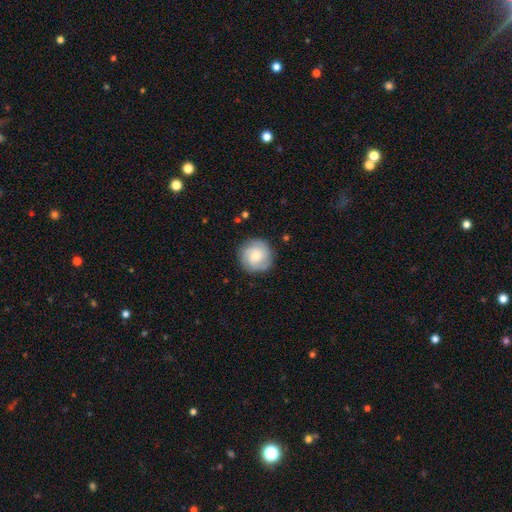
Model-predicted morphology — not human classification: The model was most divided on "bulge size": moderate: 44%, small: 38%, large: 10%, none: 6%, dominant: 2%. Remaining: edge-on disk — no (98%); spiral arms — yes (95%); merging — none (84%); bar — no (72%); smooth or featured — featured or disk (66%); spiral winding — tight (60%); spiral arm count — 3 (45%).